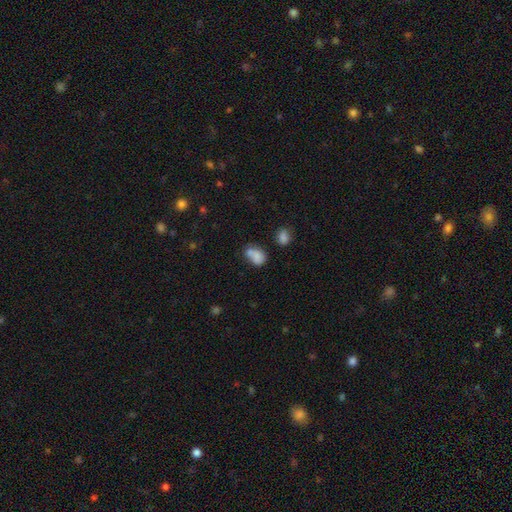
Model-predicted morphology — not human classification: type=smooth (75%); roundness=in between (75%); merging=merger (45%).